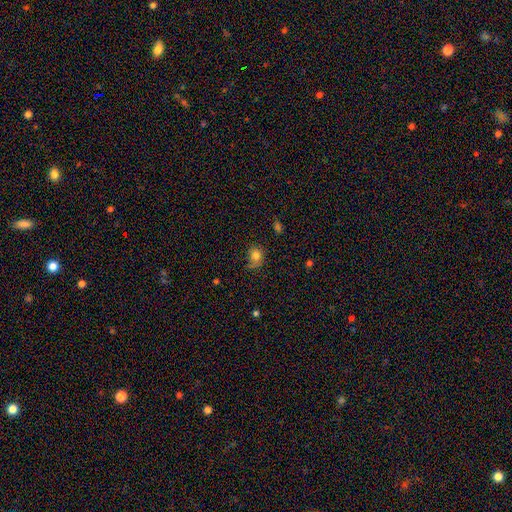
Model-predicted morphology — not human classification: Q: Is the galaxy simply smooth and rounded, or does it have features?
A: smooth — 78%.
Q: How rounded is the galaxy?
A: round — 69%.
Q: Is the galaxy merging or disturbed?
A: none — 62%.